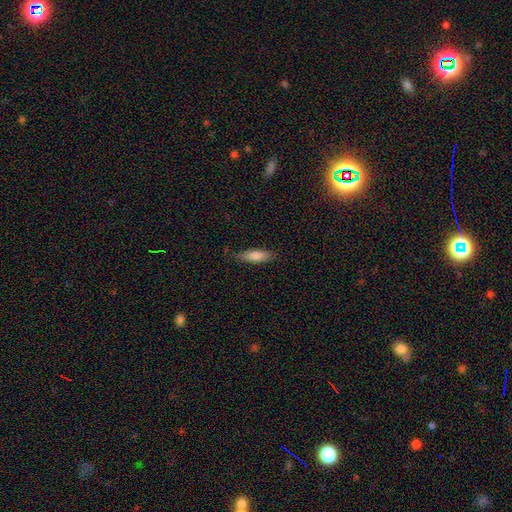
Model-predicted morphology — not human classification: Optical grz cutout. It shows a smooth galaxy with no disk features (81%) that is in between round and cigar-shaped (51%). Merging: none (79%).